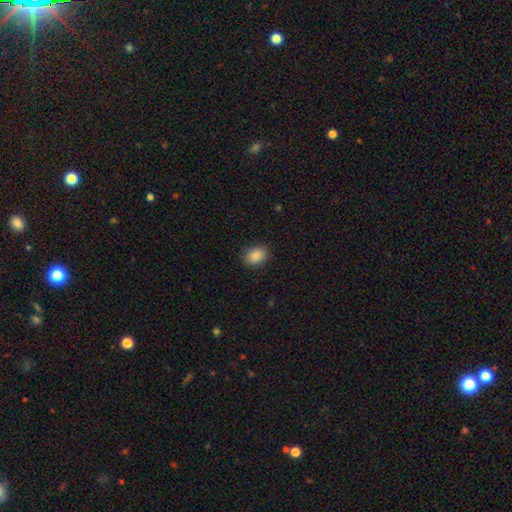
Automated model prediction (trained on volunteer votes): A smooth galaxy with no disk features (88%) that is in between round and cigar-shaped (73%).

Vote fractions:
- Smooth or featured? smooth: 88% / star or artifact: 8% / featured or disk: 4%
- How rounded? in between: 73% / round: 26% / cigar-shaped: 1%
- Merging? none: 87% / minor disturbance: 10% / major disturbance: 2% / merger: 1%